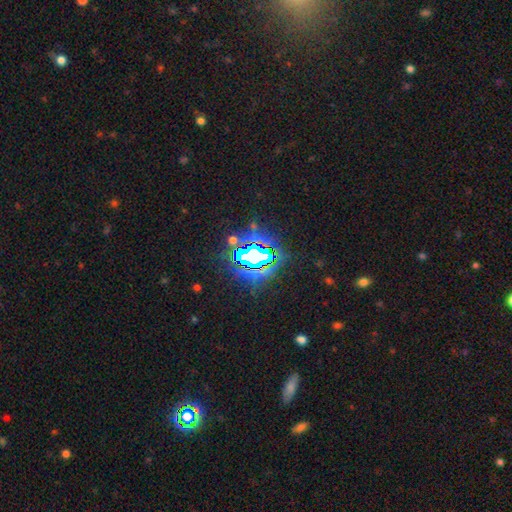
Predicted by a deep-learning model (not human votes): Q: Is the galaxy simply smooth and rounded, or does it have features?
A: star or artifact — 78%.